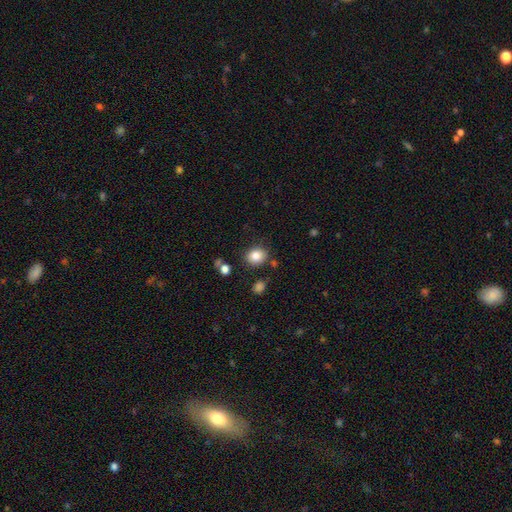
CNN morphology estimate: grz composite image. It shows a smooth galaxy with no disk features (84%) that is round (60%). Merging: none (82%).